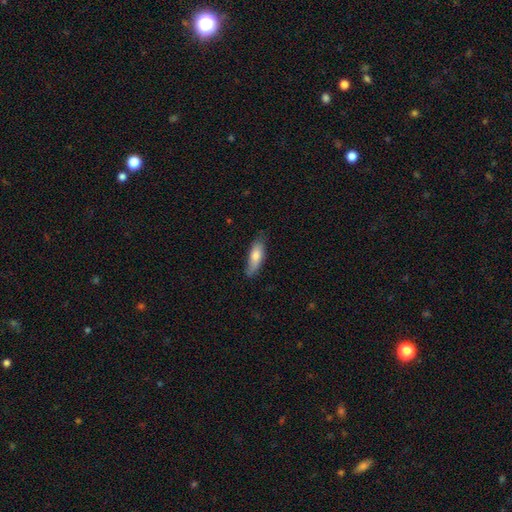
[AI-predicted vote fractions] Morphology: type=smooth (74%); roundness=in between (61%); merging=none (72%).